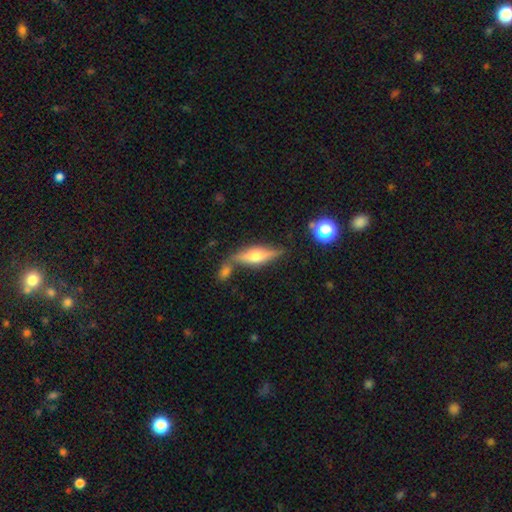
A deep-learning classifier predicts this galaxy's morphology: Overall: featured or disk (59%; smooth 34%). Edge-on disk: yes (91%). Edge-on bulge: rounded (87%). Merging: none (63%).